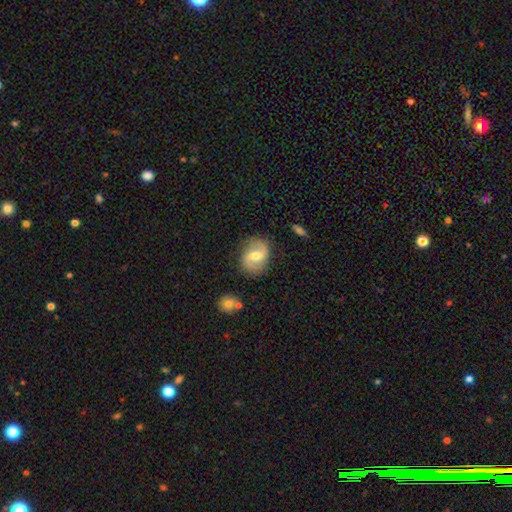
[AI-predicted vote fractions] smooth_or_featured: featured or disk (p=0.62) [alt: smooth p=0.31]
disk_edge_on: no (p=0.97) [alt: yes p=0.03]
bar: weak (p=0.49) [alt: no p=0.27]
has_spiral_arms: yes (p=0.82) [alt: no p=0.18]
bulge_size: moderate (p=0.67) [alt: small p=0.27]
merging: none (p=0.81) [alt: minor disturbance p=0.13]